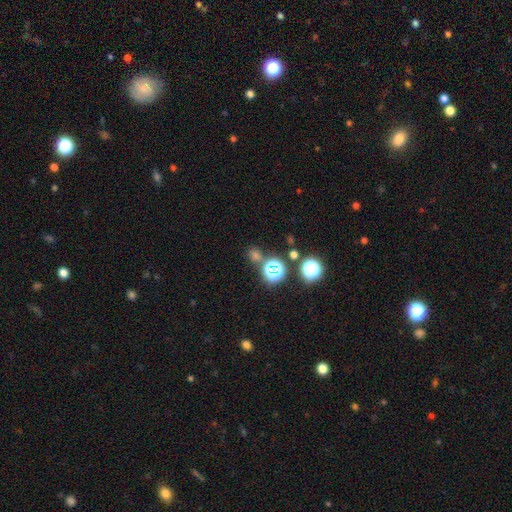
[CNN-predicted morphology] A star or artifact, not a galaxy (47%).